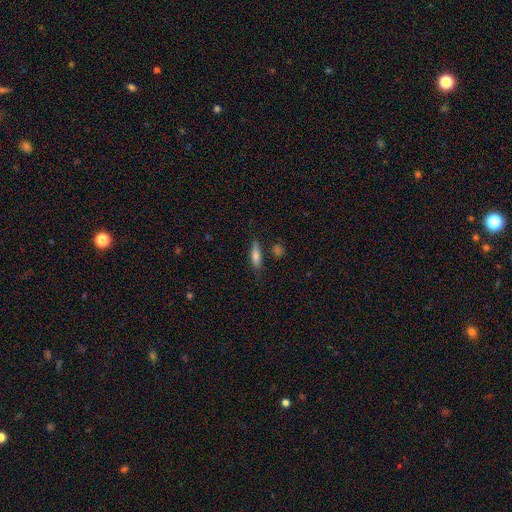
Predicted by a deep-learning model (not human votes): smooth-or-featured: smooth: 69% | featured or disk: 24% | star or artifact: 8%
  how-rounded: cigar-shaped: 60% | in between: 37% | round: 3%
  merging: none: 72% | minor disturbance: 19% | merger: 5% | major disturbance: 5%